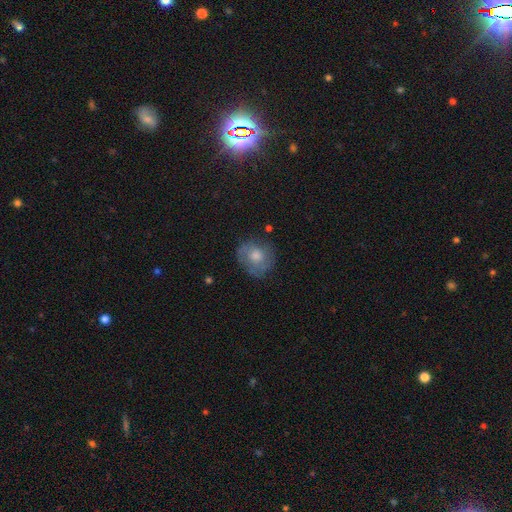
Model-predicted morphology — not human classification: Smooth or featured?
  - smooth: 48% *
  - featured or disk: 40%
  - star or artifact: 13%
Merging?
  - none: 74% *
  - minor disturbance: 18%
  - major disturbance: 6%
  - merger: 2%